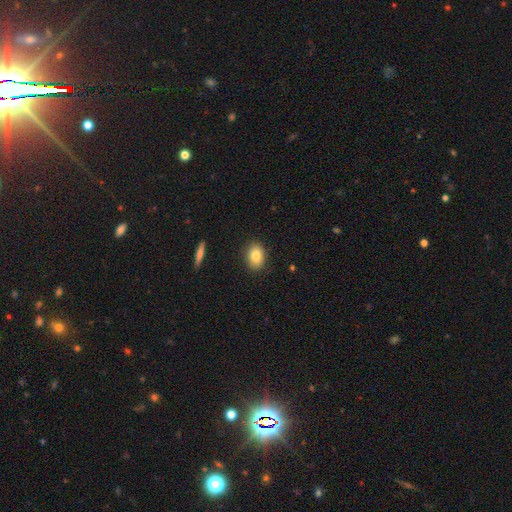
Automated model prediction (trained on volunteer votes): Q: Smooth or featured?
A: smooth (83%); runner-up: featured or disk (9%)
Q: How rounded?
A: in between (74%); runner-up: round (25%)
Q: Merging?
A: none (89%); runner-up: minor disturbance (8%)